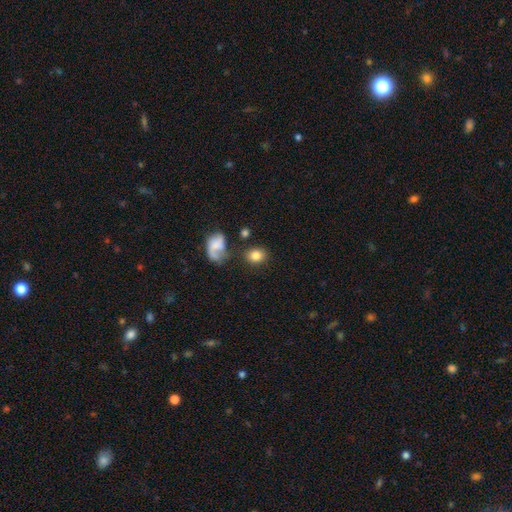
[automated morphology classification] The model was most divided on "how rounded": round: 60%, in between: 39%, cigar-shaped: 1%. More confident: smooth or featured — smooth (80%); merging — none (72%).